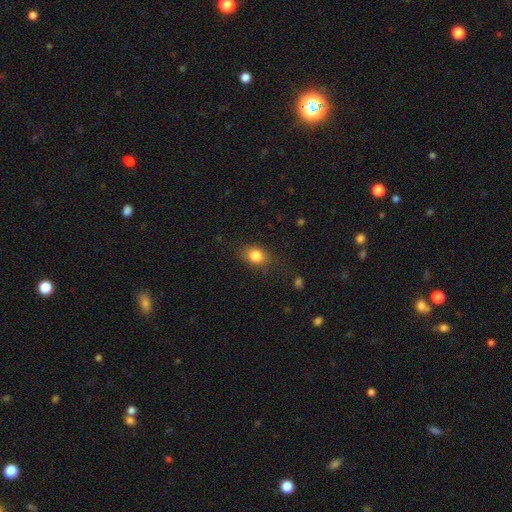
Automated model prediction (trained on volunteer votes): Overall: smooth (83%). How rounded: in between (62%; round 37%). Merging: none (78%).